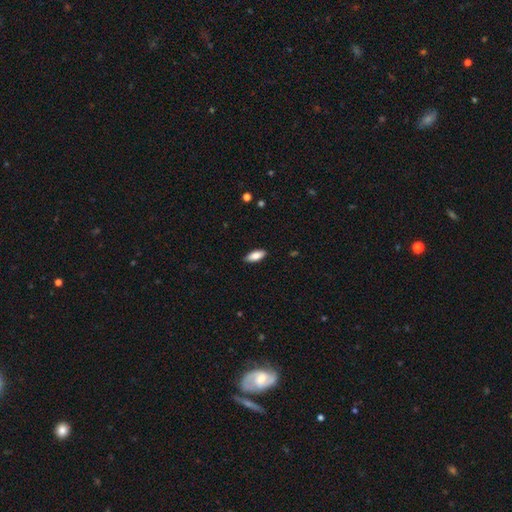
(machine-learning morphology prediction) Q: Smooth or featured?
A: smooth (83%); runner-up: featured or disk (11%)
Q: How rounded?
A: in between (80%); runner-up: cigar-shaped (18%)
Q: Merging?
A: none (88%); runner-up: minor disturbance (9%)